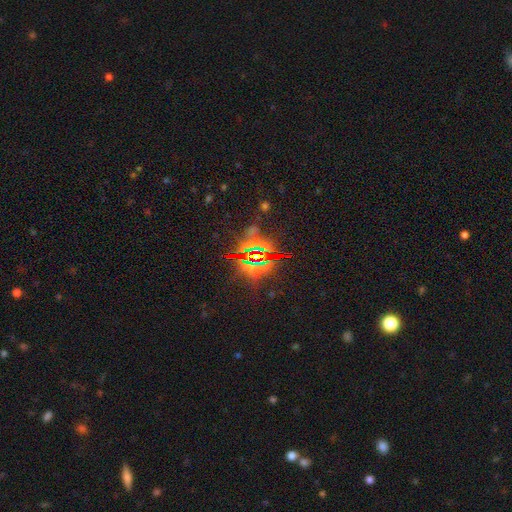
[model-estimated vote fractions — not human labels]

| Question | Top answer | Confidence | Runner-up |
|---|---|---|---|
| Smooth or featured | star or artifact | 79% | smooth (11%) |